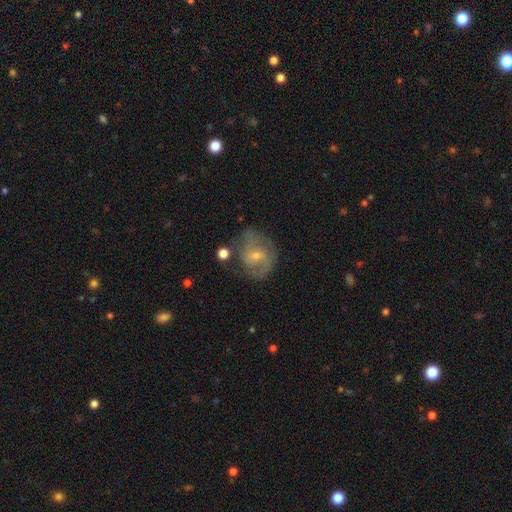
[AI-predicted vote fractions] Smooth or featured?
  - featured or disk: 66% *
  - smooth: 25%
  - star or artifact: 9%
Edge-on disk?
  - no: 97% *
  - yes: 3%
Bar?
  - weak: 45% *
  - no: 43%
  - strong: 12%
Spiral arms?
  - yes: 78% *
  - no: 22%
Bulge size?
  - small: 67% *
  - moderate: 27%
  - none: 3%
  - large: 1%
  - dominant: 1%
Merging?
  - none: 61% *
  - minor disturbance: 21%
  - major disturbance: 13%
  - merger: 4%